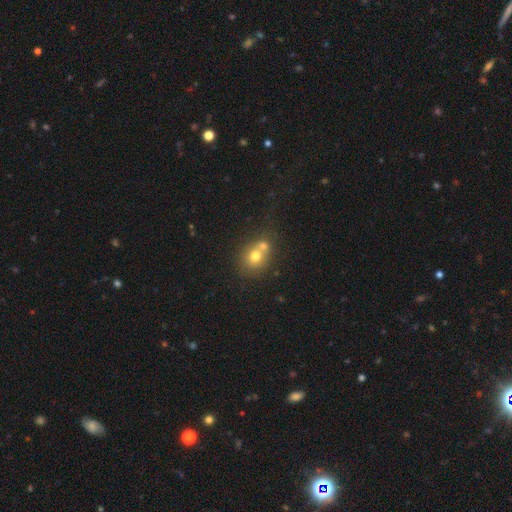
smooth_or_featured: smooth (p=0.71) [alt: featured or disk p=0.21]
how_rounded: round (p=0.70) [alt: in between p=0.30]
merging: merger (p=0.43) [alt: none p=0.34]